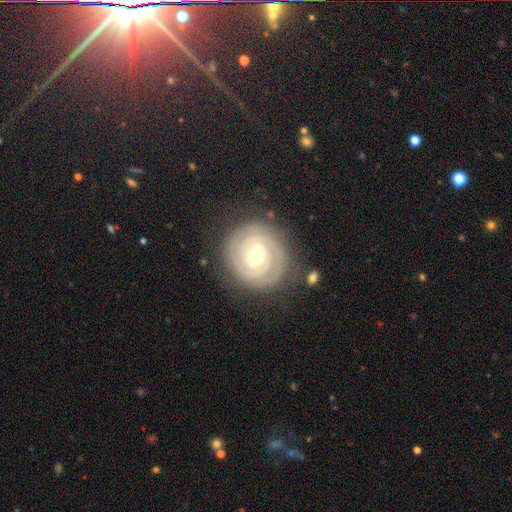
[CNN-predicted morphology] The model was most divided on "bar": weak: 46%, strong: 29%, no: 24%. More confident: edge-on disk — no (97%); spiral arms — yes (97%); smooth or featured — featured or disk (89%); spiral winding — tight (86%); merging — none (83%); spiral arm count — 2 (71%); bulge size — moderate (67%).